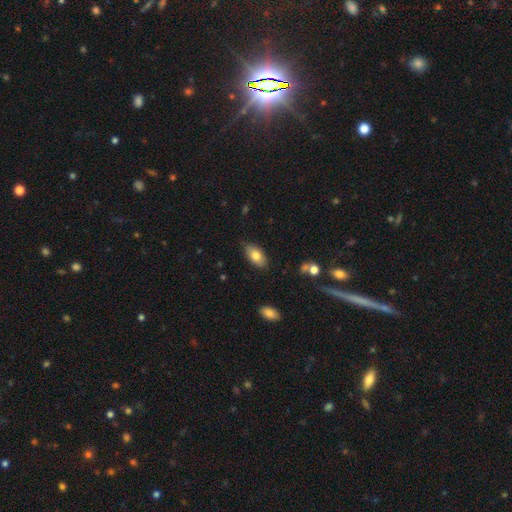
This appears to be a smooth galaxy with no disk features (82%) that is in between round and cigar-shaped (87%). Merging: none (91%).